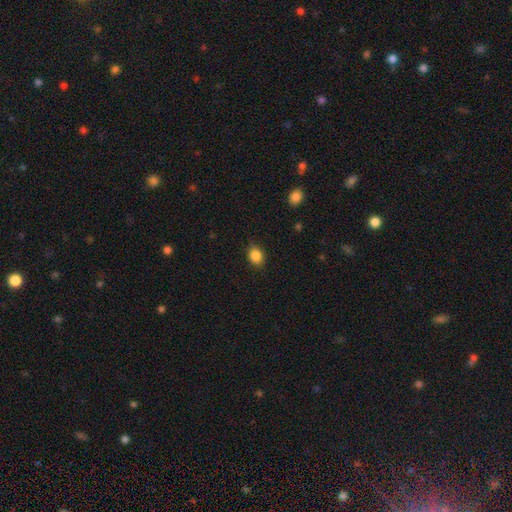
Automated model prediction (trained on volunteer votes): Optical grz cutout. It shows a smooth galaxy with no disk features (86%) that is in between round and cigar-shaped (54%). Merging: none (85%).